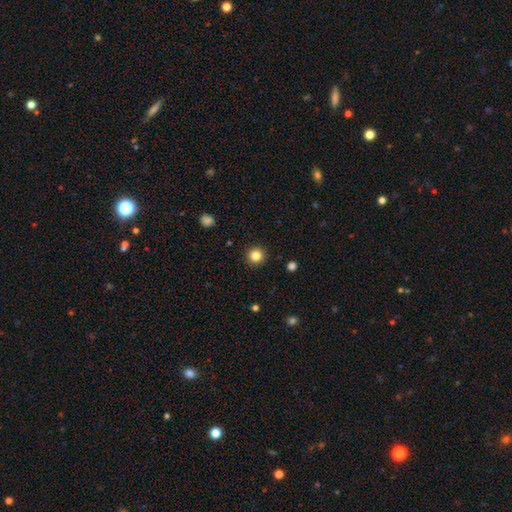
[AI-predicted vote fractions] A smooth galaxy with no disk features (83%) that is round (96%). Merging: none (93%).